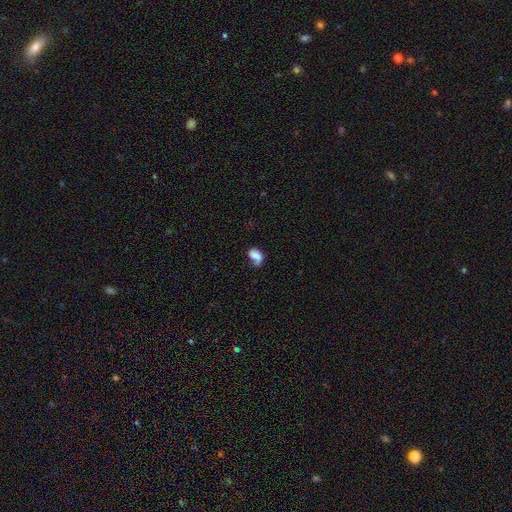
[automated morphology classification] Smooth or featured: smooth — 67% (featured or disk — 23%)
How rounded: in between — 84% (round — 14%)
Merging: none — 34% (minor disturbance — 27%)